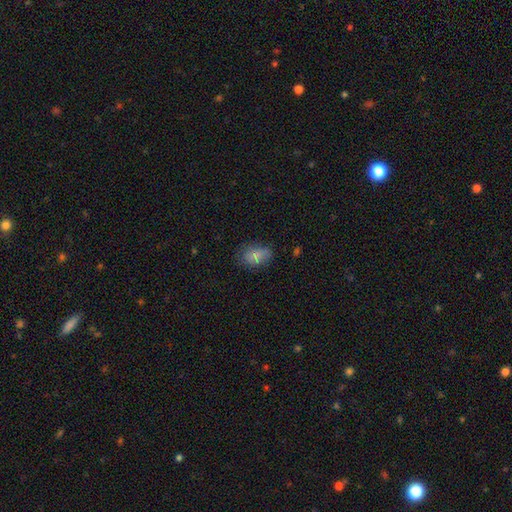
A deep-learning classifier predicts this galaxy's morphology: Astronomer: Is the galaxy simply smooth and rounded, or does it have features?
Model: smooth — 76%.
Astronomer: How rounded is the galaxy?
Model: in between — 84%.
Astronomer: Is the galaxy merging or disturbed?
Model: none — 62%.